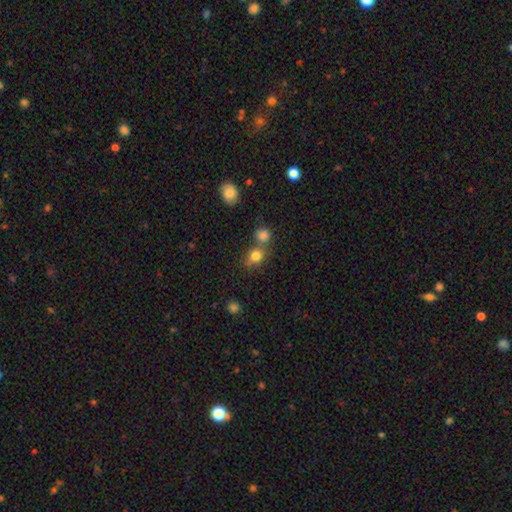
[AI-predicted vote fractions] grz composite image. It shows a smooth galaxy with no disk features (80%) that is round (74%). Merging: none (55%).